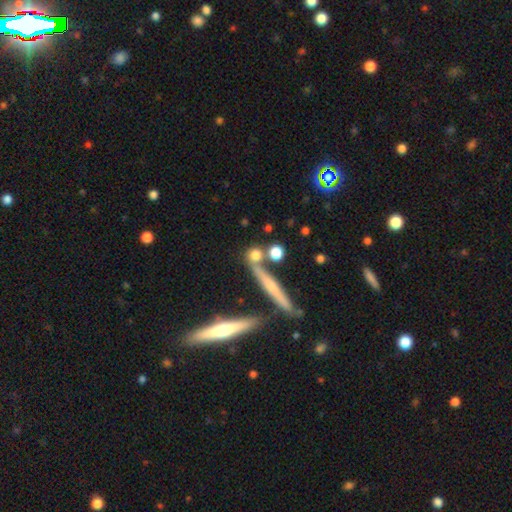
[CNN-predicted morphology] A smooth galaxy with no disk features (73%) that is round (71%). Merging: none (63%).